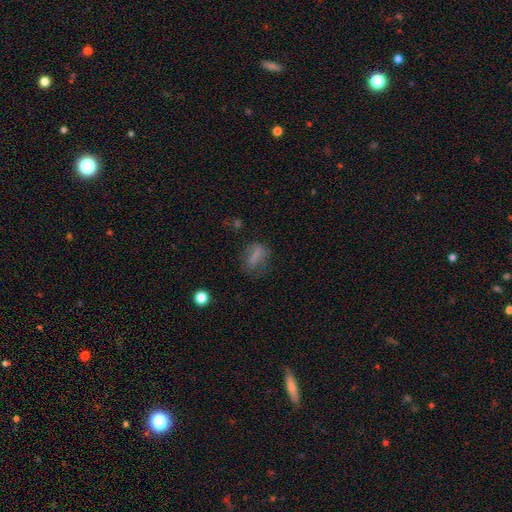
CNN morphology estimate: A smooth galaxy with no disk features (65%) that is in between round and cigar-shaped (63%). Merging: none (55%).